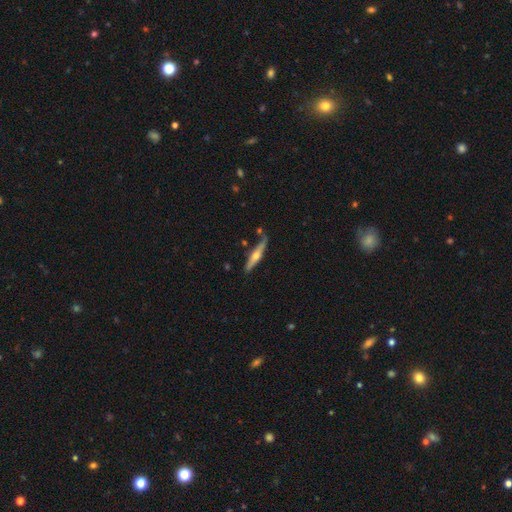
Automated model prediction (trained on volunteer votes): smooth_or_featured: featured or disk (p=0.59) [alt: smooth p=0.35]
disk_edge_on: yes (p=0.94) [alt: no p=0.06]
edge_on_bulge: rounded (p=0.90) [alt: none p=0.06]
merging: none (p=0.76) [alt: minor disturbance p=0.16]